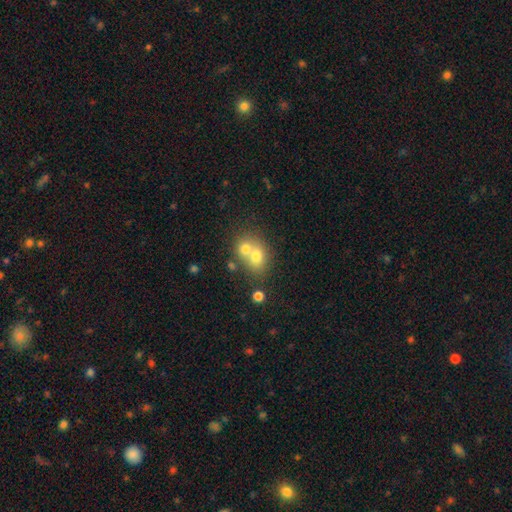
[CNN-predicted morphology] Q: Smooth or featured?
A: smooth (71%); runner-up: featured or disk (18%)
Q: How rounded?
A: round (56%); runner-up: in between (43%)
Q: Merging?
A: merger (60%); runner-up: none (31%)